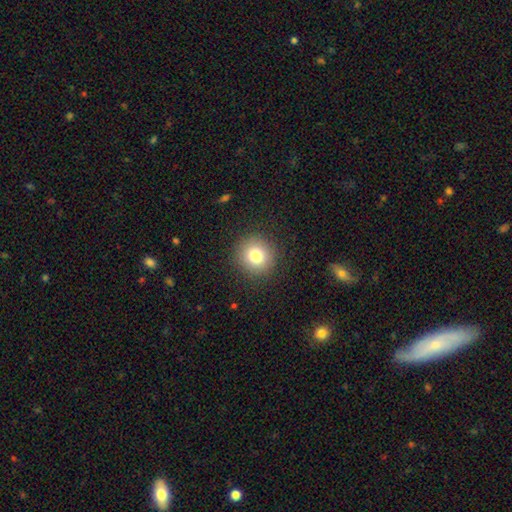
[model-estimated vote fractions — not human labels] Smooth or featured? Predicted: smooth (p=0.79). How rounded? Predicted: round (p=0.93). Merging? Predicted: none (p=0.90).